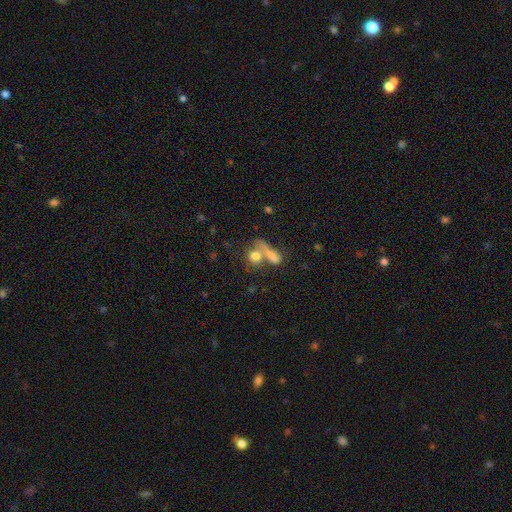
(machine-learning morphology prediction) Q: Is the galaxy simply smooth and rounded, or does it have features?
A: smooth — 52%.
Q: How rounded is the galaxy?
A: round — 56%.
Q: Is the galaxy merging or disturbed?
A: merger — 53%.